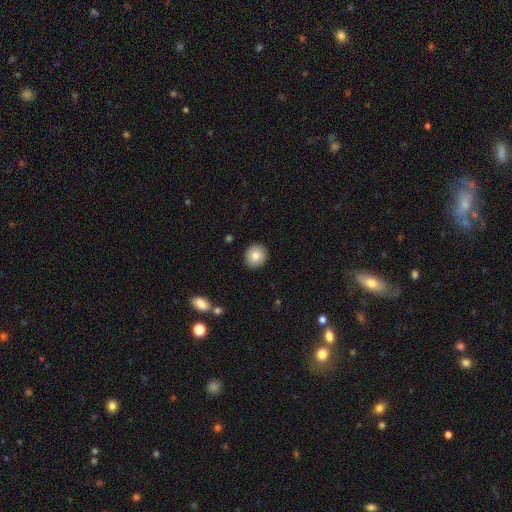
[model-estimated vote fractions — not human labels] This appears to be a smooth galaxy with no disk features (84%) that is round (84%). Merging: none (91%).